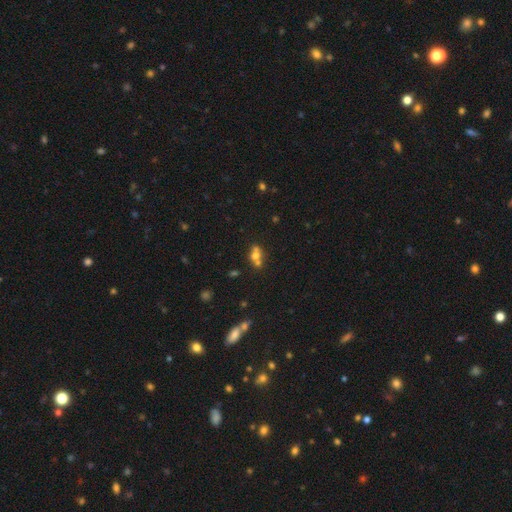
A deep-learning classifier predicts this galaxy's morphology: Smooth or featured: smooth — 60% (featured or disk — 22%)
How rounded: round — 59% (in between — 38%)
Merging: merger — 55% (none — 33%)